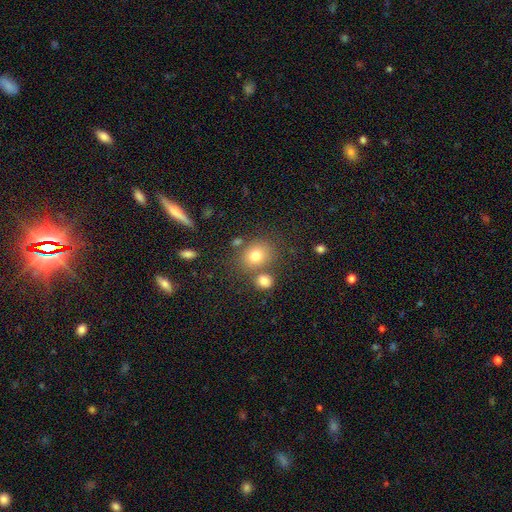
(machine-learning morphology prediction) smooth 77%, star or artifact 13%, featured or disk 11%. Down the decision tree: how rounded — round (64%); merging — none (66%).